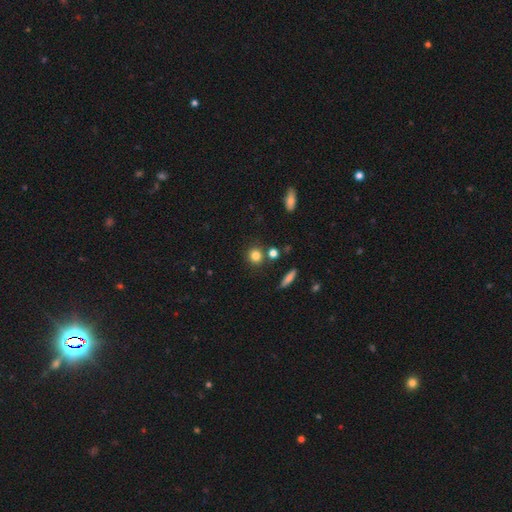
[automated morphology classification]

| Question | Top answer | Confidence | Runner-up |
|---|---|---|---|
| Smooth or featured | smooth | 81% | star or artifact (12%) |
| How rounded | round | 87% | in between (11%) |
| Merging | none | 80% | minor disturbance (9%) |